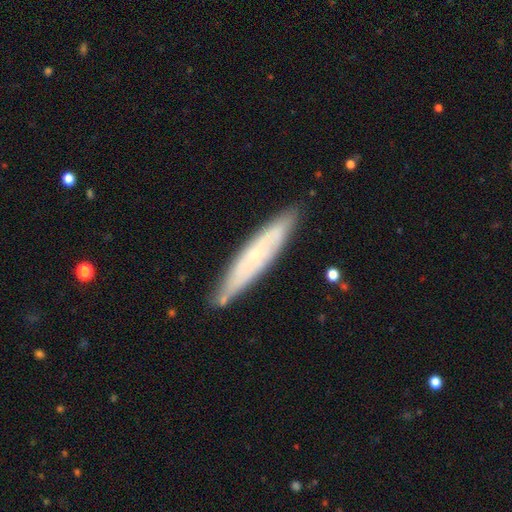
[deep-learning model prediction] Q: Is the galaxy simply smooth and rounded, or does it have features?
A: featured or disk — 51%.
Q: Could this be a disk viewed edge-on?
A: yes — 62%.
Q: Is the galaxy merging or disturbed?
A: none — 82%.